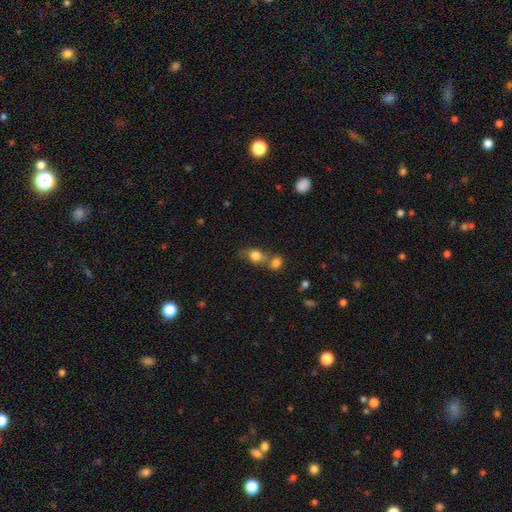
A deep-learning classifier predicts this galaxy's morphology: smooth-or-featured: smooth: 78% | featured or disk: 11% | star or artifact: 11%
  how-rounded: round: 52% | in between: 45% | cigar-shaped: 3%
  merging: merger: 44% | none: 38% | minor disturbance: 12% | major disturbance: 6%